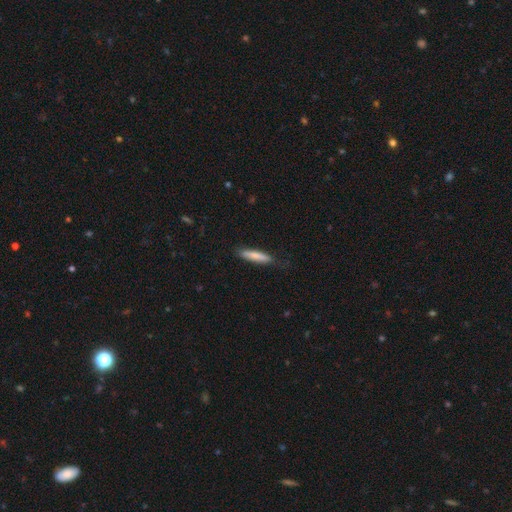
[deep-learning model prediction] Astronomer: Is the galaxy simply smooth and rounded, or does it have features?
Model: smooth — 78%.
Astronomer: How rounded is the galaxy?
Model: cigar-shaped — 88%.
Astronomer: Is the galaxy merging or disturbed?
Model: none — 80%.